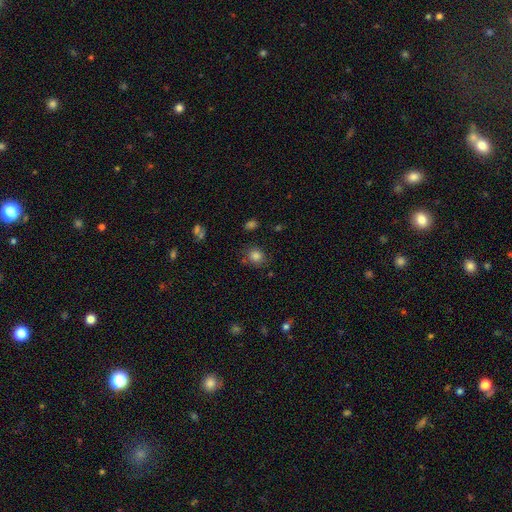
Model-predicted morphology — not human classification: A smooth galaxy with no disk features (81%) that is round (77%).

Vote fractions:
- Smooth or featured? smooth: 81% / star or artifact: 13% / featured or disk: 6%
- How rounded? round: 77% / in between: 22% / cigar-shaped: 1%
- Merging? none: 79% / minor disturbance: 13% / merger: 4% / major disturbance: 4%